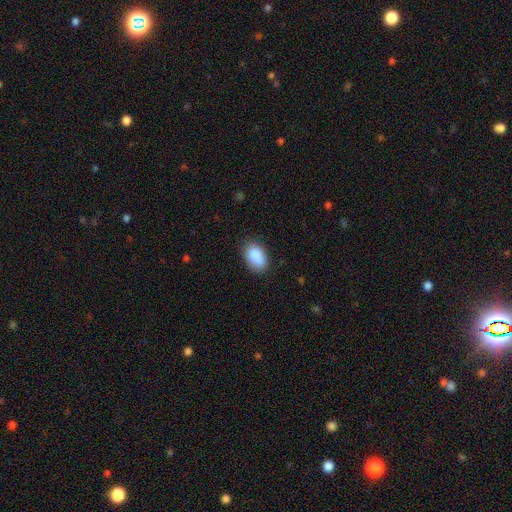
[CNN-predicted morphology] This appears to be a smooth galaxy with no disk features (79%) that is in between round and cigar-shaped (84%). Merging: none (55%).